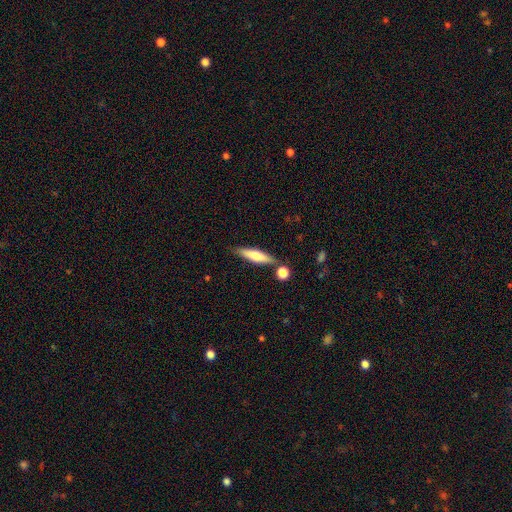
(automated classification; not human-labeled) Smooth or featured? Predicted: smooth (p=0.57). How rounded? Predicted: cigar-shaped (p=0.77). Merging? Predicted: none (p=0.77).